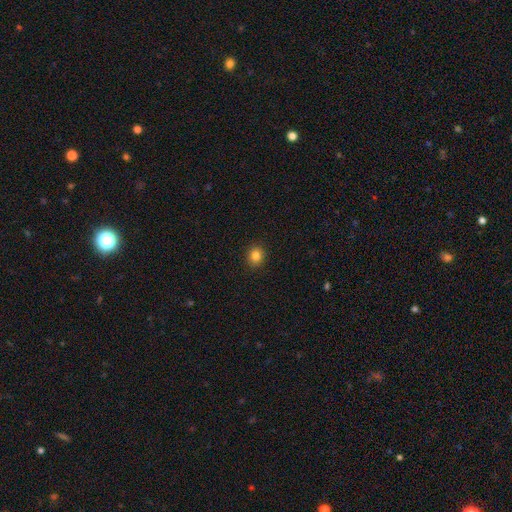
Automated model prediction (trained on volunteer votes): Smooth or featured: smooth — 83% (star or artifact — 12%)
How rounded: round — 80% (in between — 19%)
Merging: none — 91% (minor disturbance — 6%)